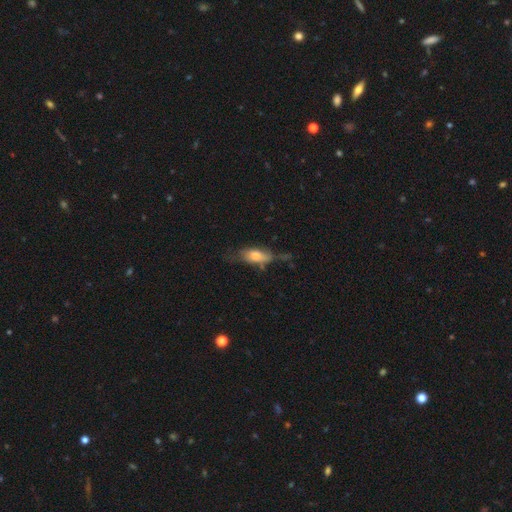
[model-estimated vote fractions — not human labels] A smooth galaxy with no disk features (65%) that is in between round and cigar-shaped (74%). Merging: none (44%).